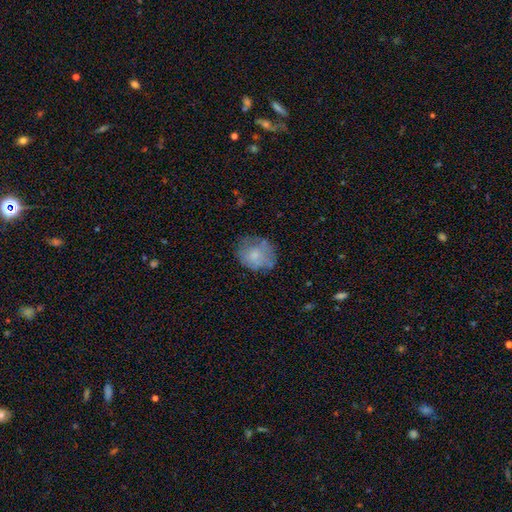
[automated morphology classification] This appears to be a smooth galaxy with no disk features (66%) that is round (67%). Merging: none (63%).